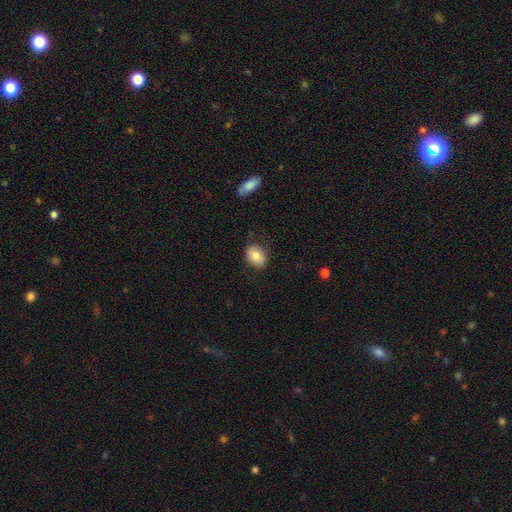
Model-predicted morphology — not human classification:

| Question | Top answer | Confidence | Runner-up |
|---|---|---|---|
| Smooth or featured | smooth | 79% | featured or disk (13%) |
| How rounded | in between | 69% | round (30%) |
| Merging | none | 81% | minor disturbance (14%) |